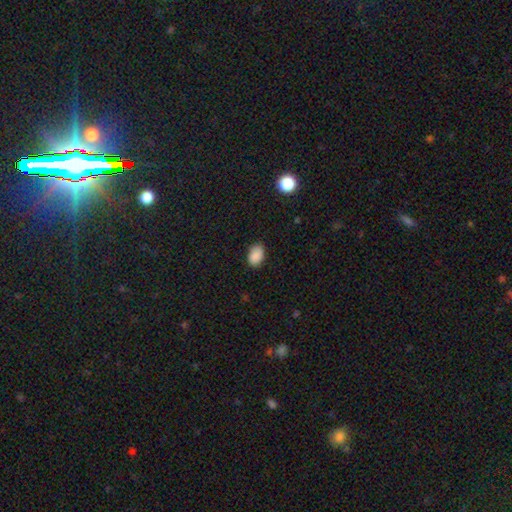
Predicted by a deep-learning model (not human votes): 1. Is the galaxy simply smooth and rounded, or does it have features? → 88% smooth, 8% star or artifact, 4% featured or disk.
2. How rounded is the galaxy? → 88% in between, 11% round, 1% cigar-shaped.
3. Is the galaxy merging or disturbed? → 83% none, 14% minor disturbance, 2% major disturbance, 1% merger.